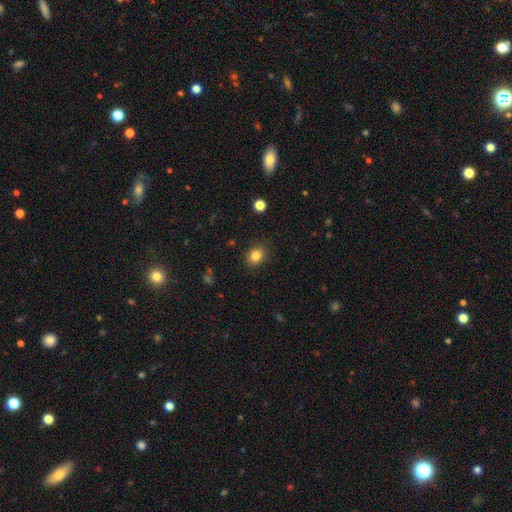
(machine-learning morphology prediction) This appears to be a smooth galaxy with no disk features (83%) that is round (62%). Merging: none (88%).